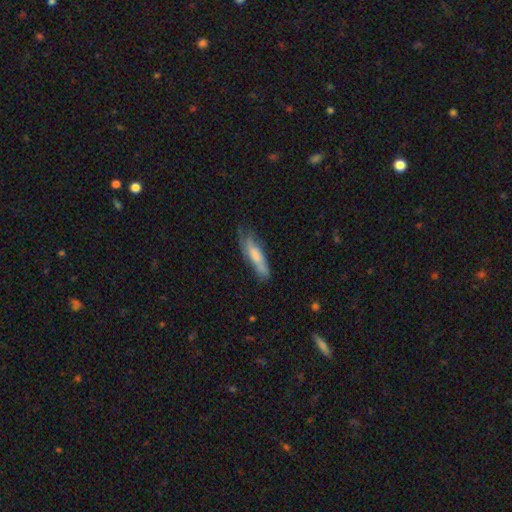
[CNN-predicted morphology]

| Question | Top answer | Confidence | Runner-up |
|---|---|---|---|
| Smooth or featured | smooth | 58% | featured or disk (35%) |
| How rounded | cigar-shaped | 65% | in between (33%) |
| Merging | none | 54% | minor disturbance (31%) |